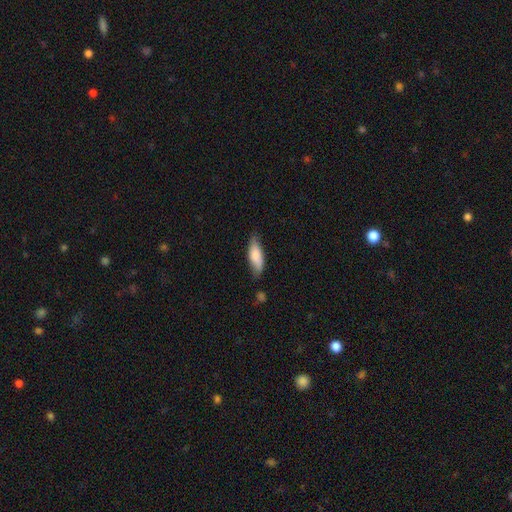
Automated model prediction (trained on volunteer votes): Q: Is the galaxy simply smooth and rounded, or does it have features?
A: smooth — 79%.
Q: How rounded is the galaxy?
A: in between — 60%.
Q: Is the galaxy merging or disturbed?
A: none — 69%.